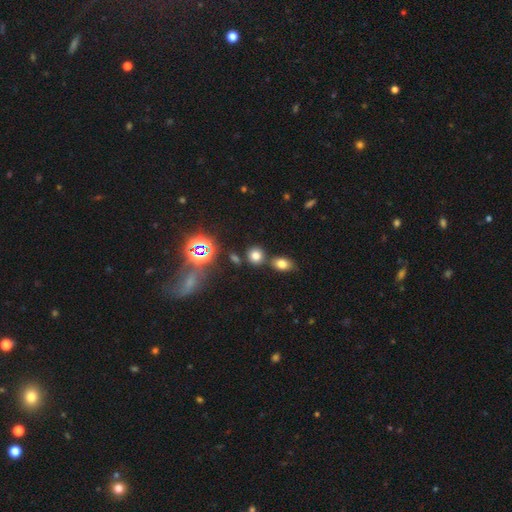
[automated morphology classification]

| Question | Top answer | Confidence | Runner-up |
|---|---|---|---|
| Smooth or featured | smooth | 71% | star or artifact (22%) |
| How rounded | round | 76% | in between (22%) |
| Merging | none | 73% | merger (15%) |